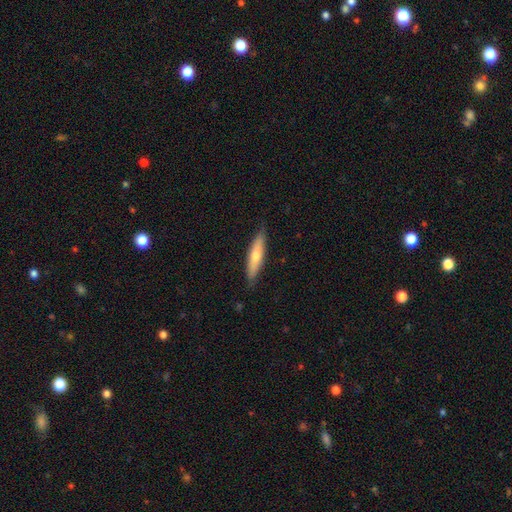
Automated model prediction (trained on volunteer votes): smooth-or-featured: smooth: 59% | featured or disk: 36% | star or artifact: 6%
  how-rounded: cigar-shaped: 76% | in between: 22% | round: 2%
  merging: none: 83% | minor disturbance: 14% | major disturbance: 2% | merger: 1%